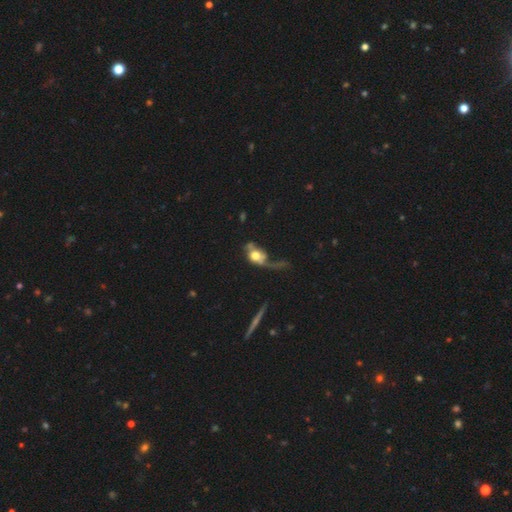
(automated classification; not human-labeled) Morphology: type=smooth (46%); merging=major disturbance (54%).